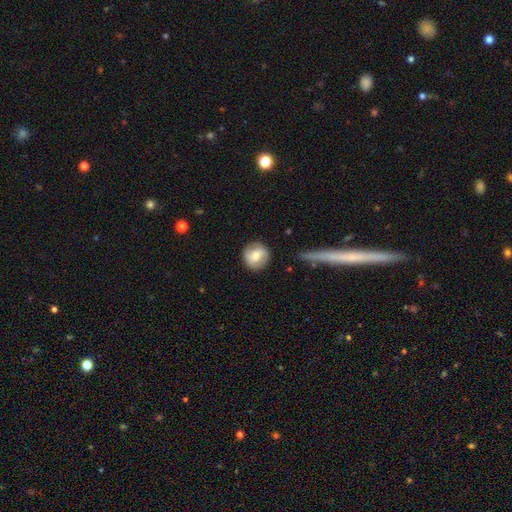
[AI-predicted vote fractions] The model was most divided on "smooth or featured": smooth: 63%, featured or disk: 30%, star or artifact: 7%. More confident: how rounded — round (90%); merging — none (84%).